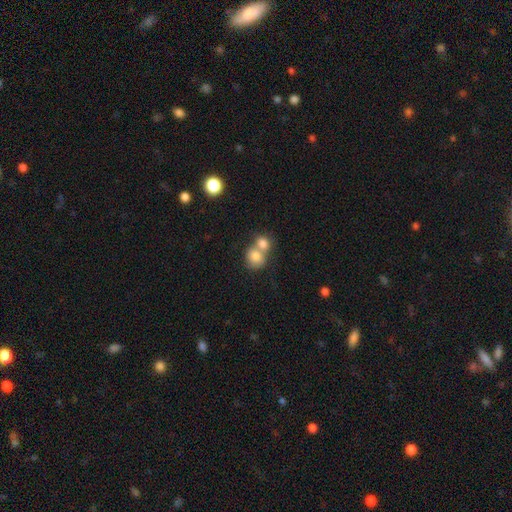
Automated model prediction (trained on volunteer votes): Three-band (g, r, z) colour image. It shows a smooth galaxy with no disk features (79%) that is round (72%). Merging: merger (63%).